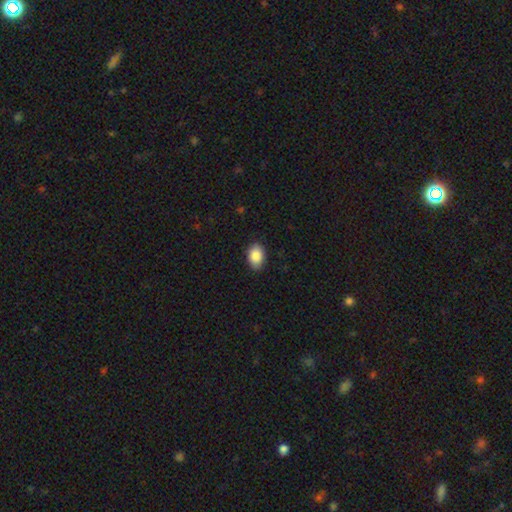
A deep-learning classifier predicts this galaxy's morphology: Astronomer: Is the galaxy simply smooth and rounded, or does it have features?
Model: smooth — 87%.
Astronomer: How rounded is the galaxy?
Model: in between — 86%.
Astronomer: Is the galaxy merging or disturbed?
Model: none — 87%.